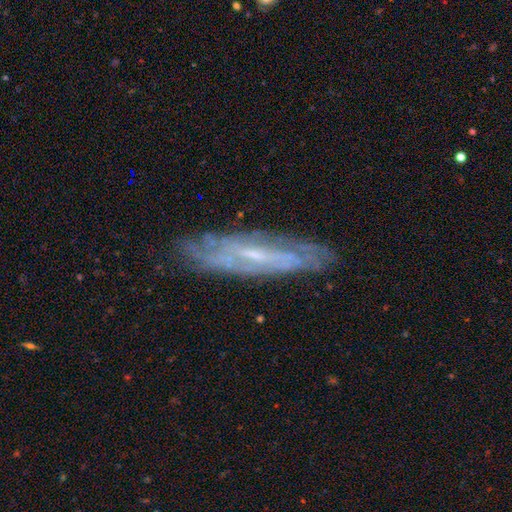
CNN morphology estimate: Smooth or featured: featured or disk — 75% (smooth — 17%)
Edge-on disk: no — 60% (yes — 40%)
Merging: none — 79% (minor disturbance — 15%)